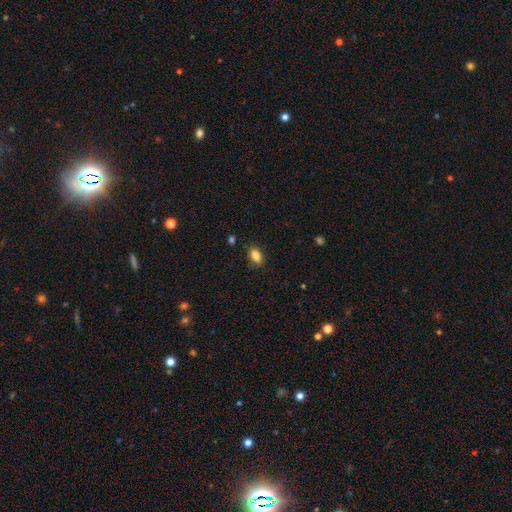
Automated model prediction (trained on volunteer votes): Smooth or featured? Predicted: smooth (p=0.85). How rounded? Predicted: in between (p=0.87). Merging? Predicted: none (p=0.85).